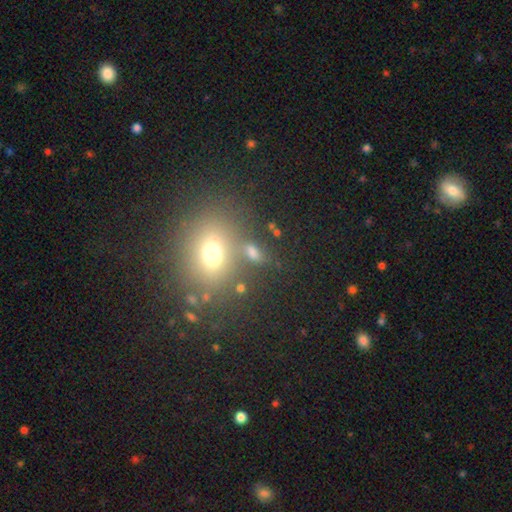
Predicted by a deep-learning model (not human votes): smooth 66%, star or artifact 21%, featured or disk 13%. Down the decision tree: how rounded — in between (67%); merging — none (65%).